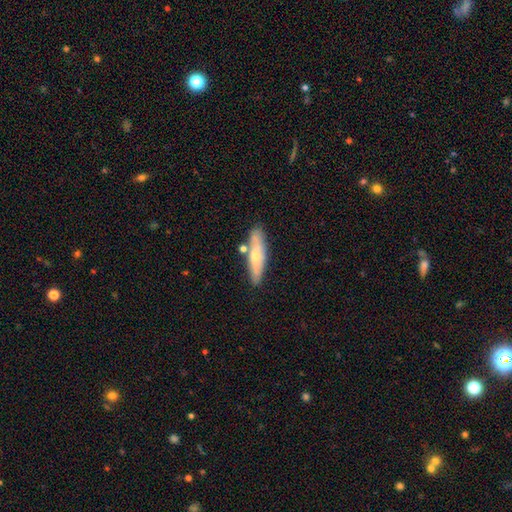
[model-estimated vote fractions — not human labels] Q: Smooth or featured?
A: smooth (50%); runner-up: featured or disk (44%)
Q: Merging?
A: none (74%); runner-up: minor disturbance (14%)